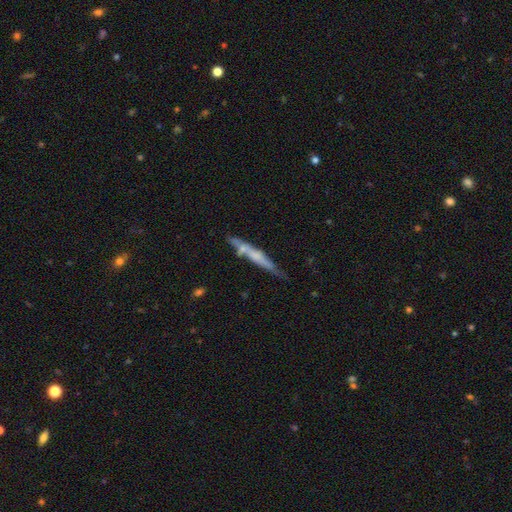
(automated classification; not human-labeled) A featured or disk galaxy (49%).

Vote fractions:
- Smooth or featured? featured or disk: 49% / smooth: 44% / star or artifact: 7%
- Merging? none: 58% / minor disturbance: 23% / merger: 12% / major disturbance: 7%